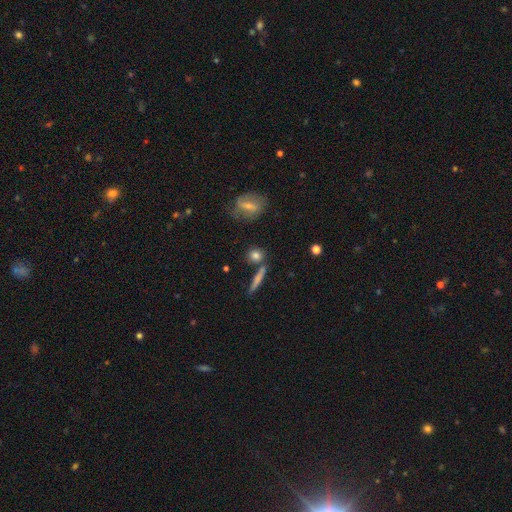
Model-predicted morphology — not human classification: Smooth or featured? Predicted: smooth (p=0.74). How rounded? Predicted: round (p=0.64). Merging? Predicted: none (p=0.73).